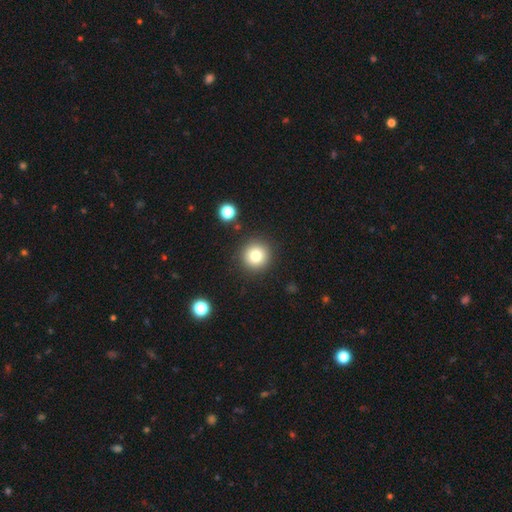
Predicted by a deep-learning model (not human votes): Morphology: type=smooth (78%); roundness=round (95%); merging=none (89%).